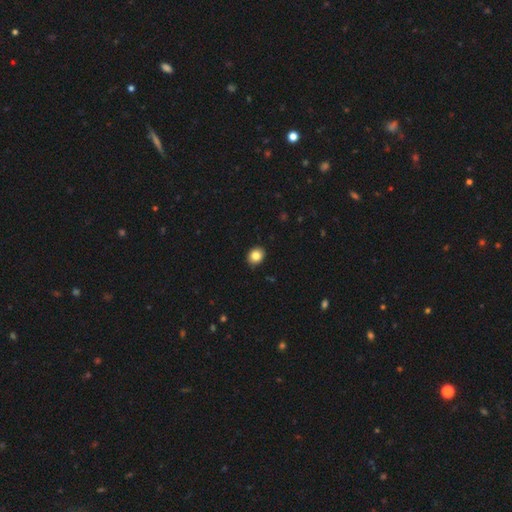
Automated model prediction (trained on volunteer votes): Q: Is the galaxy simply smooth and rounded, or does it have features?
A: smooth — 84%.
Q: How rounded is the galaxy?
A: round — 55%.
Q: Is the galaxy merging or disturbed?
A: none — 89%.